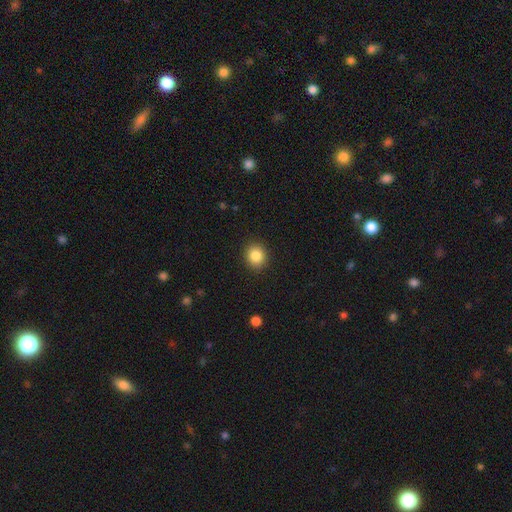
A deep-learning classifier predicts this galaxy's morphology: Smooth or featured? smooth (85%)
How rounded? round (77%)
Merging? none (91%)